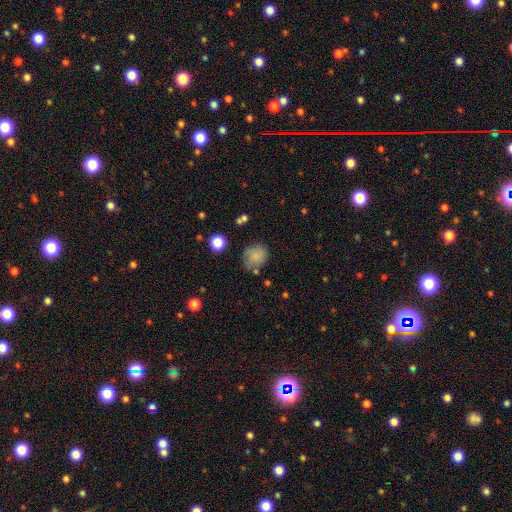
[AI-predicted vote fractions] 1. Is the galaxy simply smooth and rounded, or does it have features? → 78% smooth, 11% featured or disk, 10% star or artifact.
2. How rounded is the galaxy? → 76% round, 23% in between, 1% cigar-shaped.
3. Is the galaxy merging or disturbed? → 66% none, 22% minor disturbance, 7% major disturbance, 5% merger.